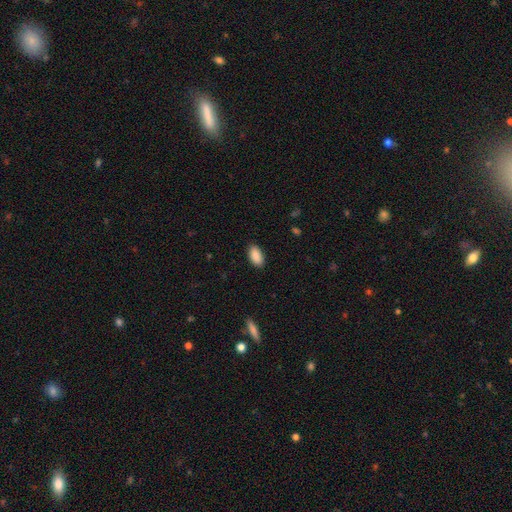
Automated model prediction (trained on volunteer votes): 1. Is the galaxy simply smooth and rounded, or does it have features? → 90% smooth, 7% star or artifact, 3% featured or disk.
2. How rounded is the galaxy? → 94% in between, 3% cigar-shaped, 3% round.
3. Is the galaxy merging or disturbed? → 88% none, 9% minor disturbance, 2% major disturbance, 1% merger.